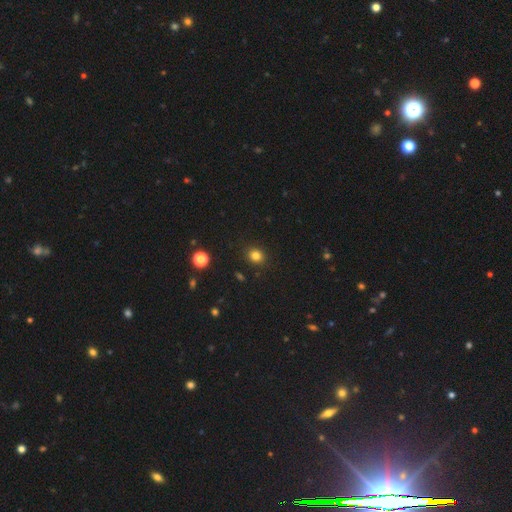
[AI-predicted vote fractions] This is clearly a smooth galaxy (81%). How rounded: likely round (72%). Merging: clearly none (89%).